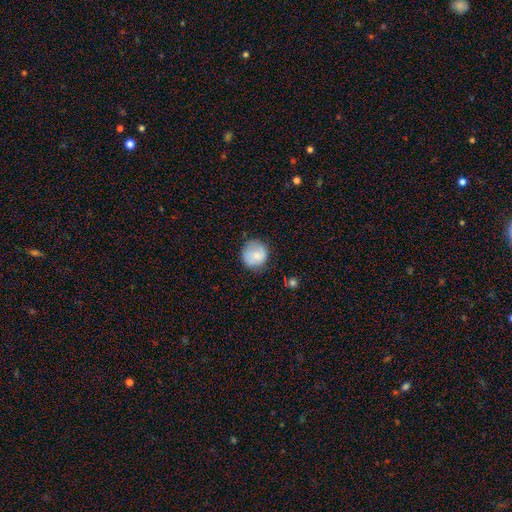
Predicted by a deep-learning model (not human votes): Overall: smooth (78%). How rounded: round (90%). Merging: none (74%).